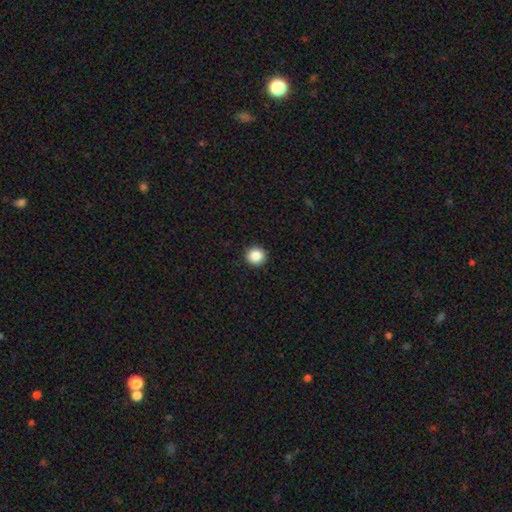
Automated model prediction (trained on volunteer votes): Smooth or featured: smooth — 87% (star or artifact — 10%)
How rounded: round — 95% (in between — 4%)
Merging: none — 93% (minor disturbance — 5%)